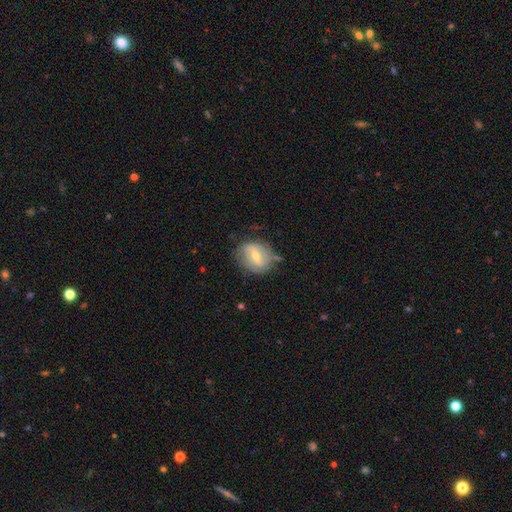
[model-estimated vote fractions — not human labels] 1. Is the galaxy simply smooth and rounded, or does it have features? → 55% featured or disk, 37% smooth, 9% star or artifact.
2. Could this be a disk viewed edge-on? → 93% no, 7% yes.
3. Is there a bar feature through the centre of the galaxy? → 46% weak, 35% strong, 19% no.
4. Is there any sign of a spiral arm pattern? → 51% no, 49% yes.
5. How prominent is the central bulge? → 57% moderate, 38% small, 2% large, 1% none, 1% dominant.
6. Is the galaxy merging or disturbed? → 68% none, 22% minor disturbance, 7% major disturbance, 3% merger.